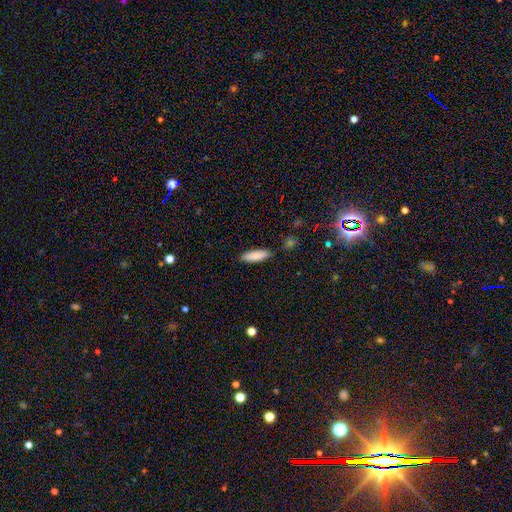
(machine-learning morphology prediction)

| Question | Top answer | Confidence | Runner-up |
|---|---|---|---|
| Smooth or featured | smooth | 87% | featured or disk (7%) |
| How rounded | in between | 49% | tied: cigar-shaped (49%) |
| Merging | none | 85% | minor disturbance (10%) |